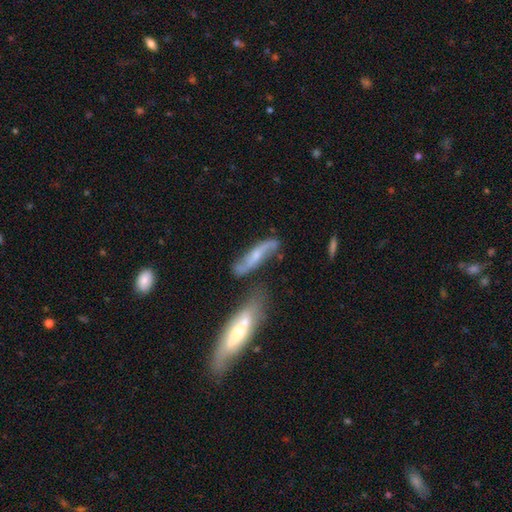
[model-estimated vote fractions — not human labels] Morphology: type=featured or disk (76%); edge-on=no (80%); bar=no (50%); spiral arms=yes (92%); winding=loose (63%); arm count=2 (89%); bulge=small (54%); merging=none (63%).